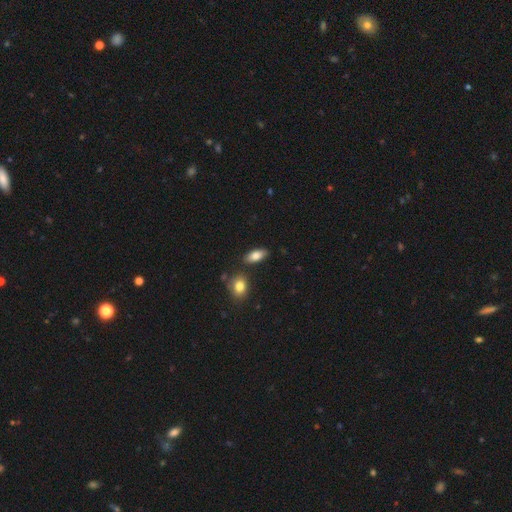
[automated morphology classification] Smooth or featured?
  - smooth: 81% *
  - featured or disk: 12%
  - star or artifact: 7%
How rounded?
  - in between: 86% *
  - cigar-shaped: 11%
  - round: 3%
Merging?
  - none: 81% *
  - minor disturbance: 10%
  - merger: 6%
  - major disturbance: 2%